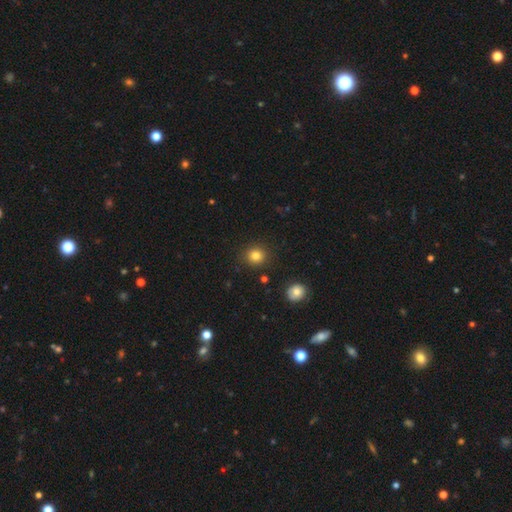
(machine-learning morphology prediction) type=smooth (83%); roundness=round (88%); merging=none (89%).